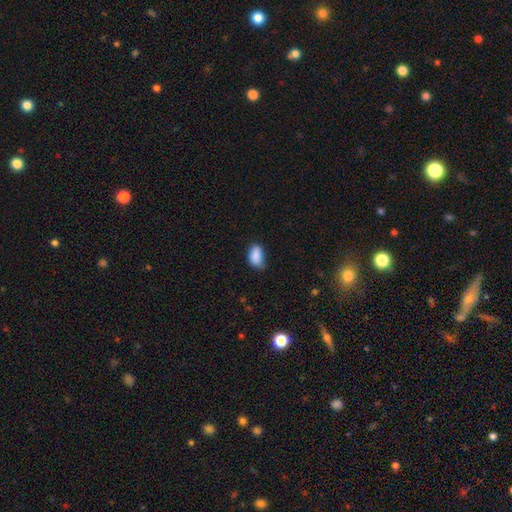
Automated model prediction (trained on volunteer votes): This appears to be a smooth galaxy with no disk features (88%) that is in between round and cigar-shaped (91%). Merging: none (59%).